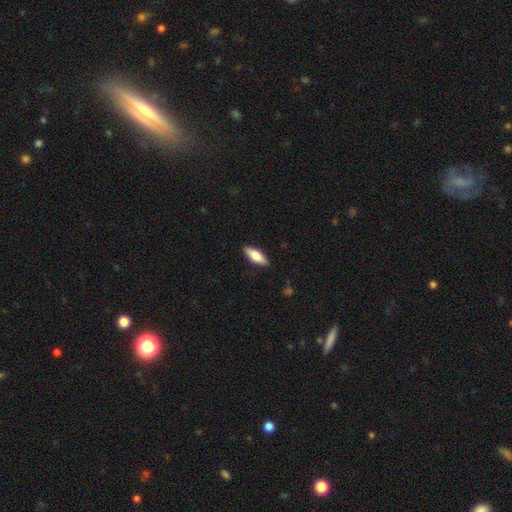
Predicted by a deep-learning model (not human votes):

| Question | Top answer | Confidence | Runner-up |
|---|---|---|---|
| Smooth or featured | smooth | 70% | featured or disk (24%) |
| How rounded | in between | 67% | cigar-shaped (31%) |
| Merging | none | 87% | minor disturbance (10%) |